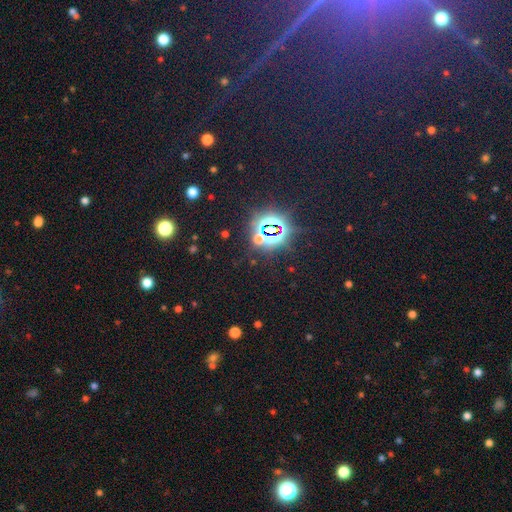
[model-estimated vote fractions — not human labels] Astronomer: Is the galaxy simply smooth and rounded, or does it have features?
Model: star or artifact — 85%.